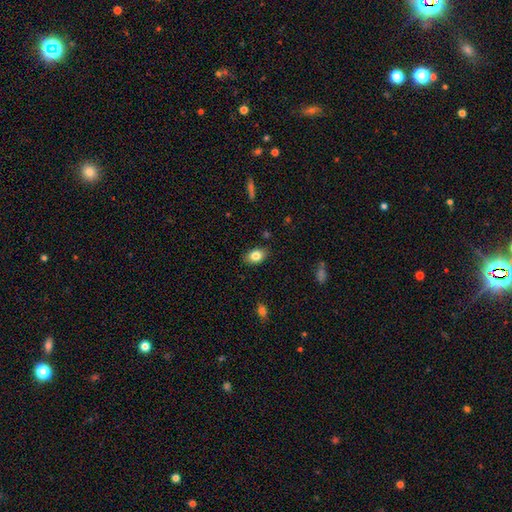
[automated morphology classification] smooth-or-featured: smooth: 82% | featured or disk: 9% | star or artifact: 8%
  how-rounded: in between: 85% | round: 14% | cigar-shaped: 2%
  merging: none: 85% | minor disturbance: 12% | major disturbance: 2% | merger: 1%